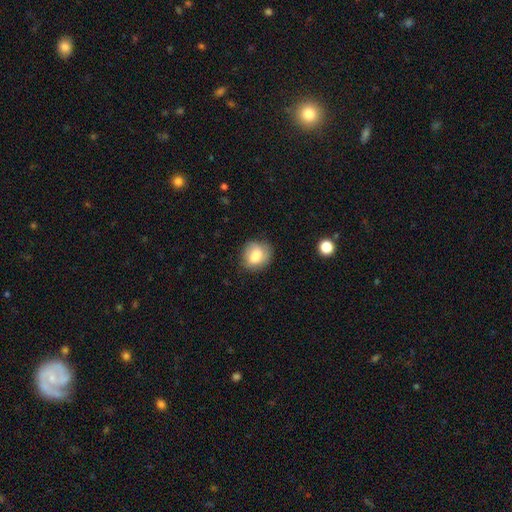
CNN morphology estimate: This appears to be a smooth galaxy with no disk features (79%) that is round (63%). Merging: none (70%).